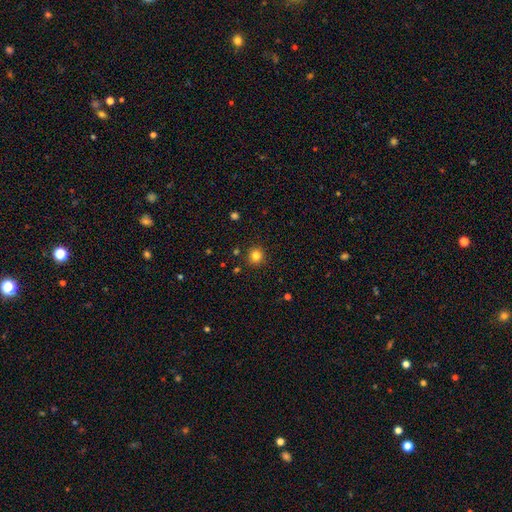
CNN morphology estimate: A smooth galaxy with no disk features (82%) that is round (92%).

Vote fractions:
- Smooth or featured? smooth: 82% / star or artifact: 13% / featured or disk: 5%
- How rounded? round: 92% / in between: 7% / cigar-shaped: 1%
- Merging? none: 90% / minor disturbance: 6% / major disturbance: 2% / merger: 2%